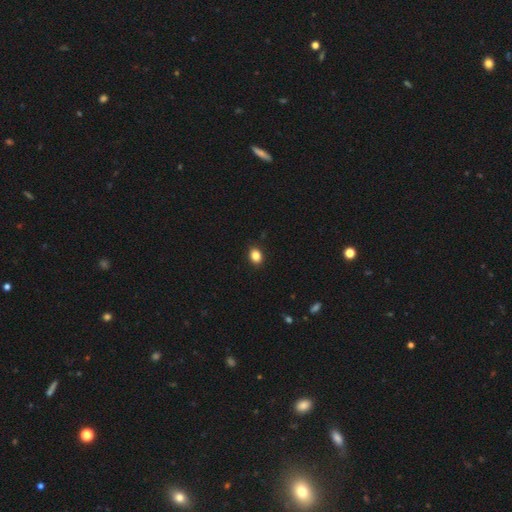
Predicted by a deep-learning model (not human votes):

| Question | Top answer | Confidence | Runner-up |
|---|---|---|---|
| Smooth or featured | smooth | 86% | star or artifact (10%) |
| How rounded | in between | 60% | round (38%) |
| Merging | none | 90% | minor disturbance (8%) |